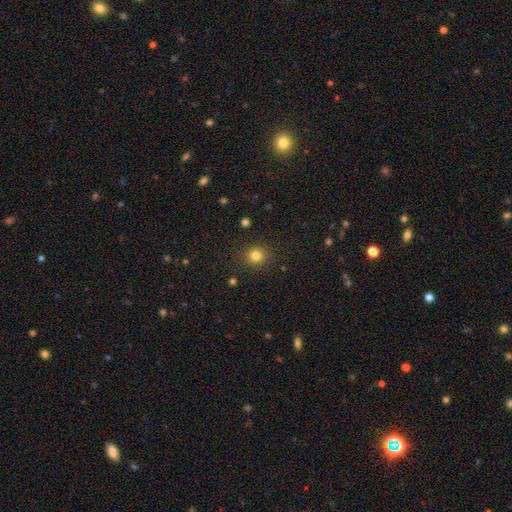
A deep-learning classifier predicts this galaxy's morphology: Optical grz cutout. It shows a smooth galaxy with no disk features (81%) that is round (89%). Merging: none (89%).